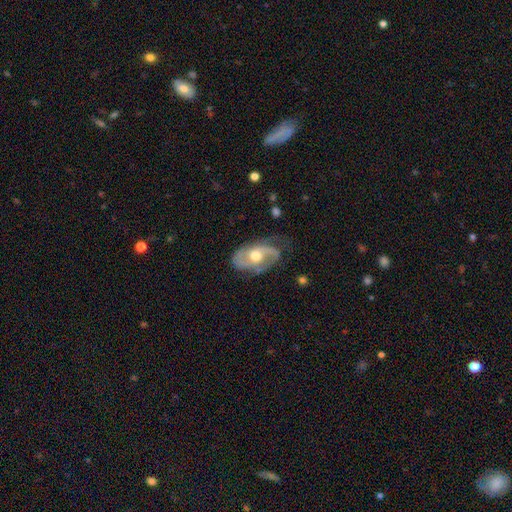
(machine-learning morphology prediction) Smooth or featured? featured or disk (79%)
Edge-on disk? no (95%)
Bar? no (64%)
Spiral arms? yes (89%)
Spiral winding? medium (45%)
Spiral arm count? 2 (77%)
Bulge size? moderate (76%)
Merging? none (59%)